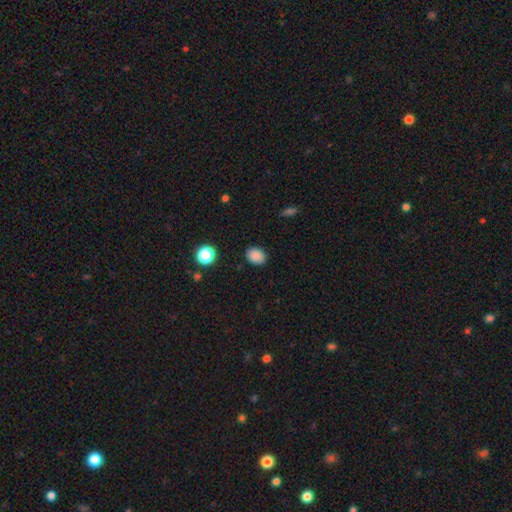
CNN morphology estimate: This appears to be a smooth galaxy with no disk features (87%) that is in between round and cigar-shaped (66%). Merging: none (87%).